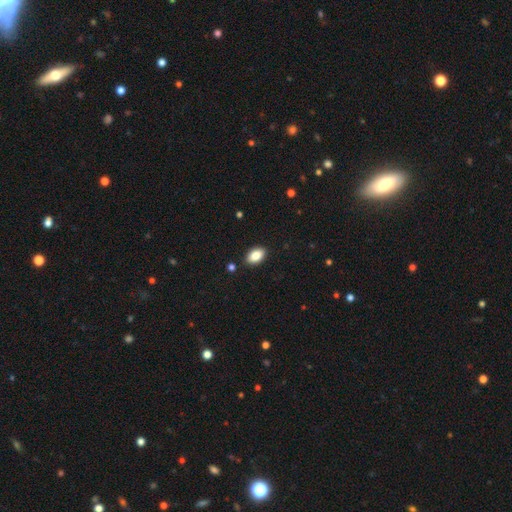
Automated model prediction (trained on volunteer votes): Morphology: type=smooth (86%); roundness=in between (92%); merging=none (89%).